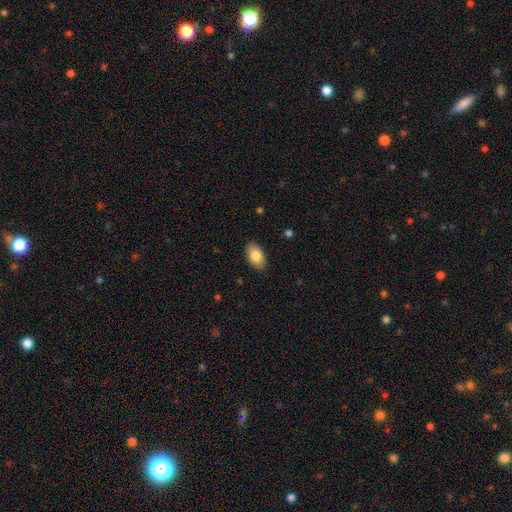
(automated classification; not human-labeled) The model was most divided on "smooth or featured": smooth: 83%, featured or disk: 10%, star or artifact: 7%. More confident: how rounded — in between (93%); merging — none (88%).